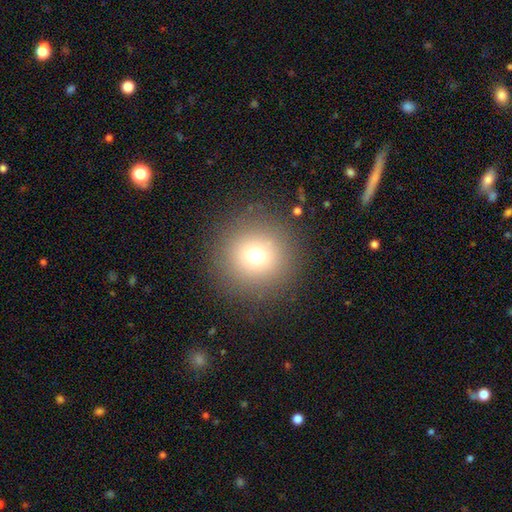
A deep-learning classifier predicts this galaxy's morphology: smooth_or_featured: smooth (p=0.71) [alt: star or artifact p=0.18]
how_rounded: round (p=0.96) [alt: in between p=0.03]
merging: none (p=0.90) [alt: minor disturbance p=0.06]